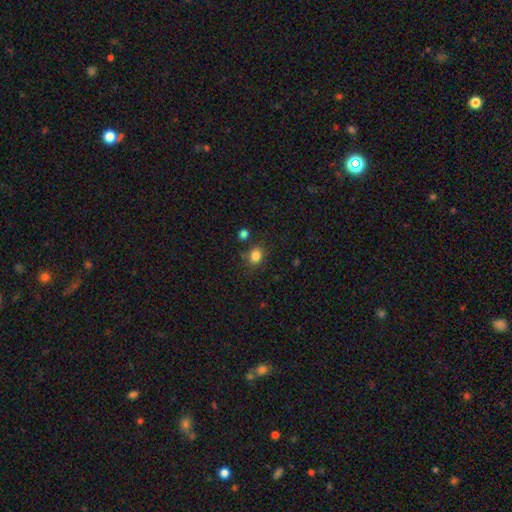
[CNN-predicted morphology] Q: Smooth or featured?
A: smooth (83%); runner-up: star or artifact (12%)
Q: How rounded?
A: round (63%); runner-up: in between (36%)
Q: Merging?
A: none (78%); runner-up: minor disturbance (13%)